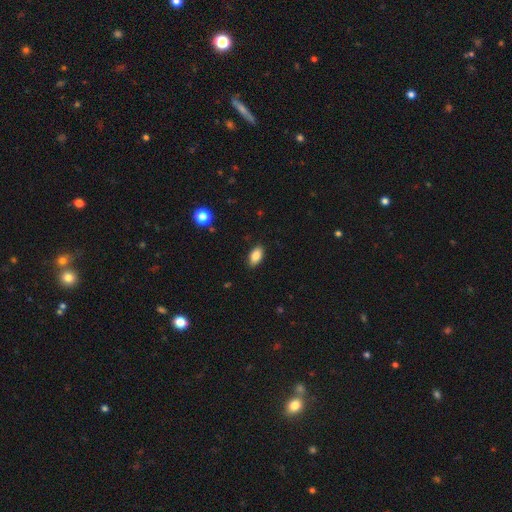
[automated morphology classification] Smooth or featured?
  - smooth: 86% *
  - star or artifact: 8%
  - featured or disk: 6%
How rounded?
  - in between: 92% *
  - round: 5%
  - cigar-shaped: 4%
Merging?
  - none: 87% *
  - minor disturbance: 10%
  - major disturbance: 2%
  - merger: 1%